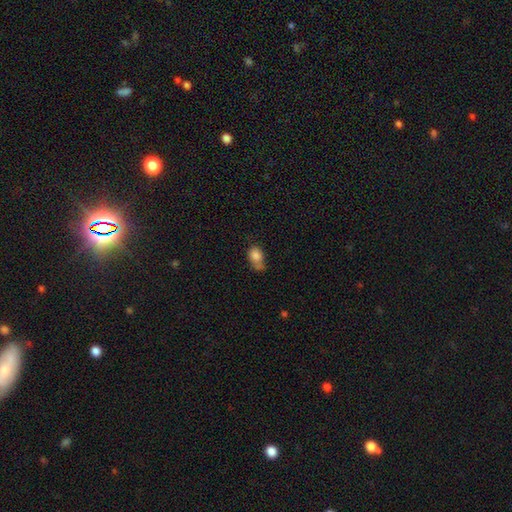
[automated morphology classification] This is clearly a smooth galaxy (81%). How rounded: likely in between (68%). Merging: marginally none (35%).